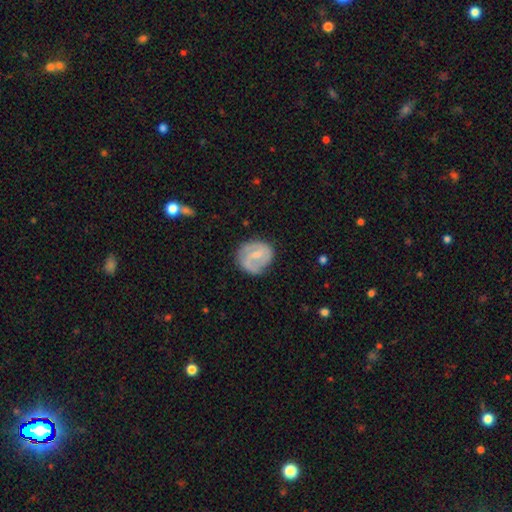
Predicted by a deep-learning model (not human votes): smooth-or-featured: featured or disk: 64% | smooth: 30% | star or artifact: 6%
  disk-edge-on: no: 97% | yes: 3%
    bar: weak: 53% | no: 28% | strong: 19%
    has-spiral-arms: yes: 83% | no: 17%
      spiral-winding: medium: 43% | tight: 36% | loose: 21%
      spiral-arm-count: 2: 70% | can't tell: 15% | 1: 9% | 3: 4% | 4: 1% | more than 4: 1%
    bulge-size: small: 57% | moderate: 30% | none: 10% | large: 2% | dominant: 1%
  merging: none: 71% | minor disturbance: 20% | major disturbance: 7% | merger: 2%